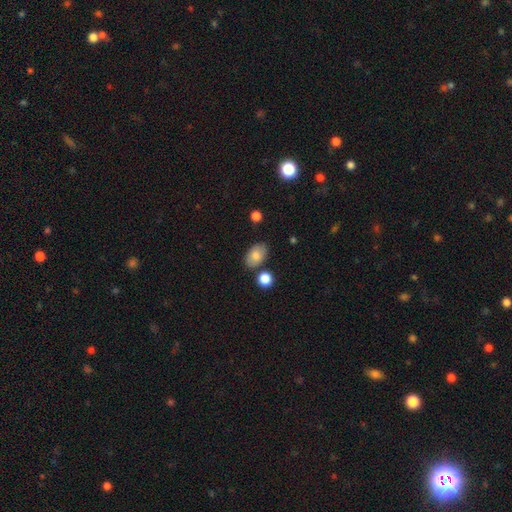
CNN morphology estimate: The model was most divided on "merging": none: 77%, minor disturbance: 13%, merger: 7%, major disturbance: 3%. More confident: how rounded — in between (88%); smooth or featured — smooth (80%).